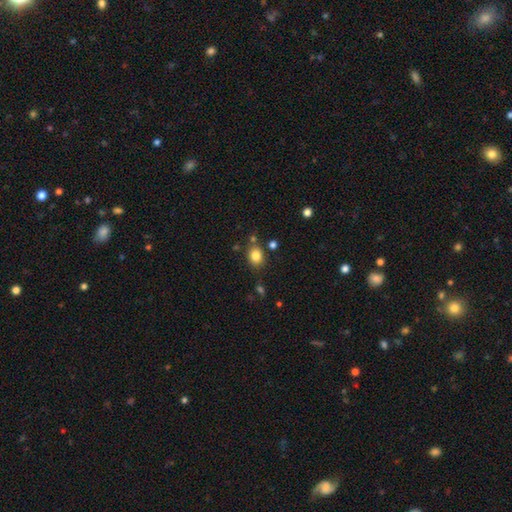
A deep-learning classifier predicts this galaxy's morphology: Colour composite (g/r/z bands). It shows a smooth galaxy with no disk features (82%) that is round (58%). Merging: none (78%).